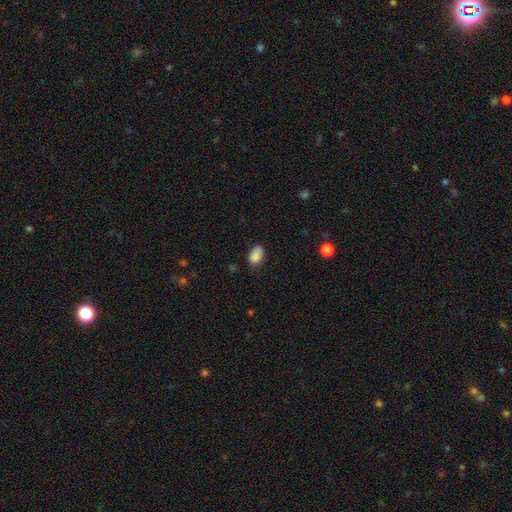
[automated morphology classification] Smooth or featured?
  - smooth: 86% *
  - star or artifact: 9%
  - featured or disk: 5%
How rounded?
  - in between: 90% *
  - round: 9%
  - cigar-shaped: 2%
Merging?
  - none: 64% *
  - minor disturbance: 28%
  - major disturbance: 6%
  - merger: 3%